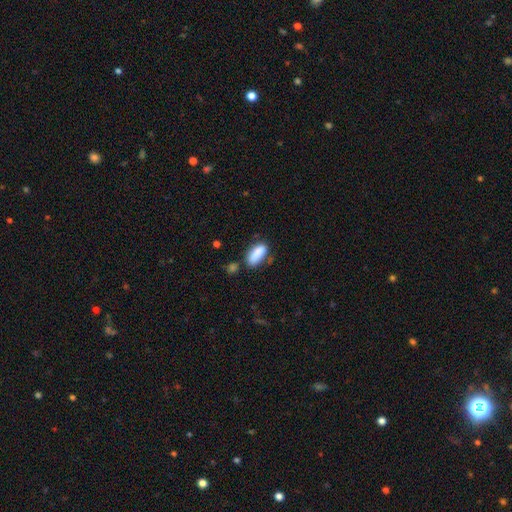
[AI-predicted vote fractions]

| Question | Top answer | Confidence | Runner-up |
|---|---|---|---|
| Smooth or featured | smooth | 86% | star or artifact (7%) |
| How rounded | in between | 84% | cigar-shaped (13%) |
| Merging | none | 62% | minor disturbance (23%) |